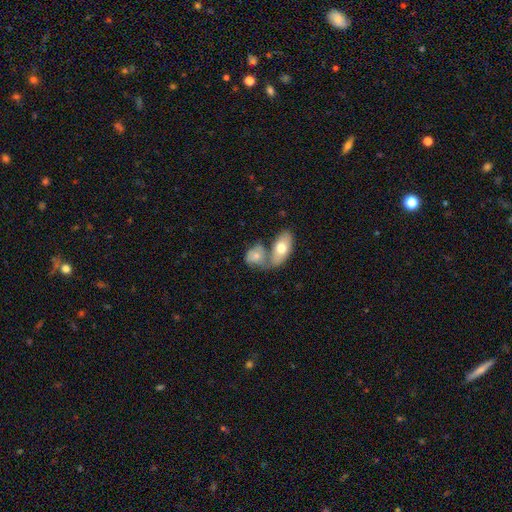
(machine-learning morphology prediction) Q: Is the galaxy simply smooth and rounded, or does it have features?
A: smooth — 69%.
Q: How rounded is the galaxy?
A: in between — 80%.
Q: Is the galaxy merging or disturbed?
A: merger — 58%.